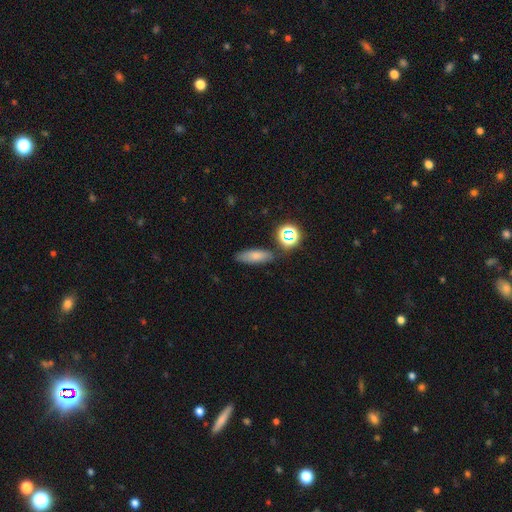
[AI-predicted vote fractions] This is likely a smooth galaxy (74%). How rounded: likely in between (61%). Merging: likely none (78%).